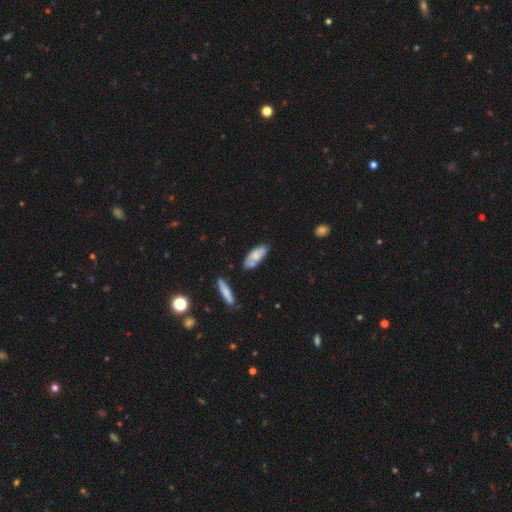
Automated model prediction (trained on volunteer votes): Overall: smooth (66%; featured or disk 28%). How rounded: in between (75%). Merging: none (61%; minor disturbance 23%).